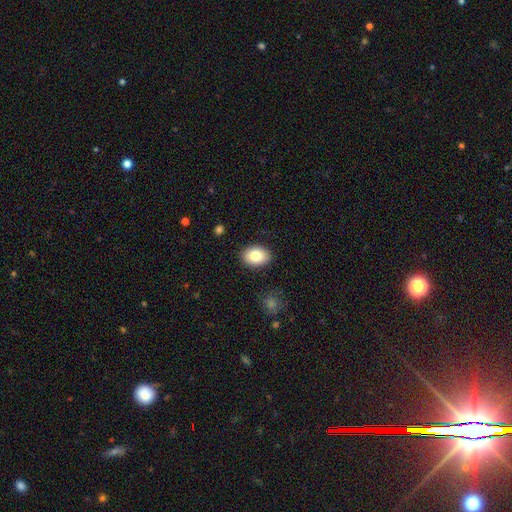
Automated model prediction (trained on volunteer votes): Smooth or featured? smooth (82%)
How rounded? in between (79%)
Merging? none (89%)